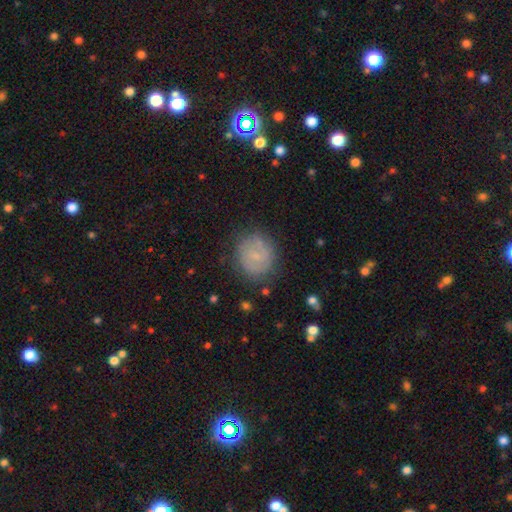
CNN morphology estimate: A featured or disk galaxy (47%). Merging: none (79%).